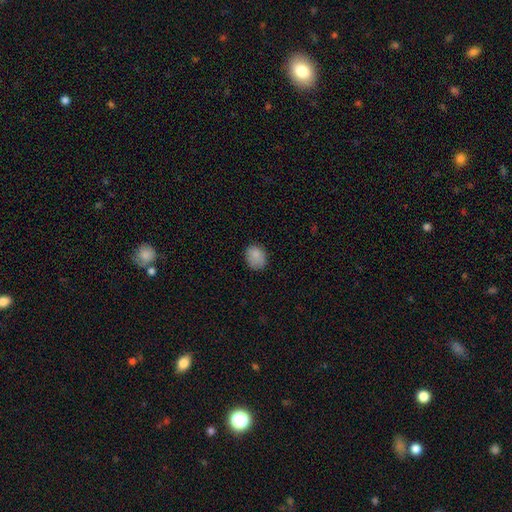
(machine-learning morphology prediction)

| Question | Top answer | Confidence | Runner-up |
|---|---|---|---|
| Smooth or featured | smooth | 86% | star or artifact (9%) |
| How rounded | in between | 51% | round (48%) |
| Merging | none | 79% | minor disturbance (17%) |